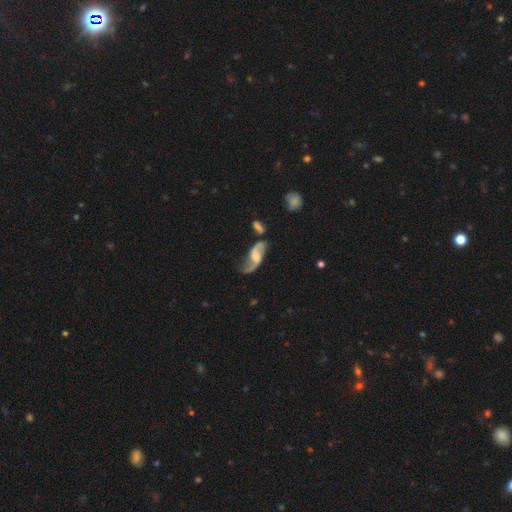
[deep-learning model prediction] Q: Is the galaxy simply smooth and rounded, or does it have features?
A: featured or disk — 82%.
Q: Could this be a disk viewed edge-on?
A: no — 95%.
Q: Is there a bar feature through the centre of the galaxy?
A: weak — 47%.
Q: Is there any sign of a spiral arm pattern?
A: yes — 94%.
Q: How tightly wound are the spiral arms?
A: loose — 77%.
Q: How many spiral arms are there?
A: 2 — 91%.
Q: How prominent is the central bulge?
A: moderate — 38%.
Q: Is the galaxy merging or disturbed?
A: none — 61%.